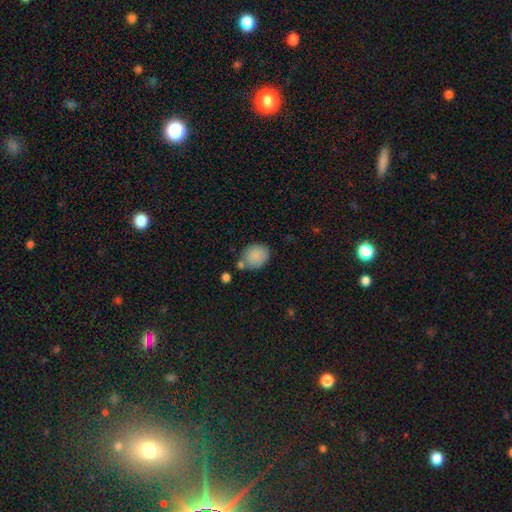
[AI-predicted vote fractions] This is clearly a smooth galaxy (87%). How rounded: possibly round (50%). Merging: likely none (65%).